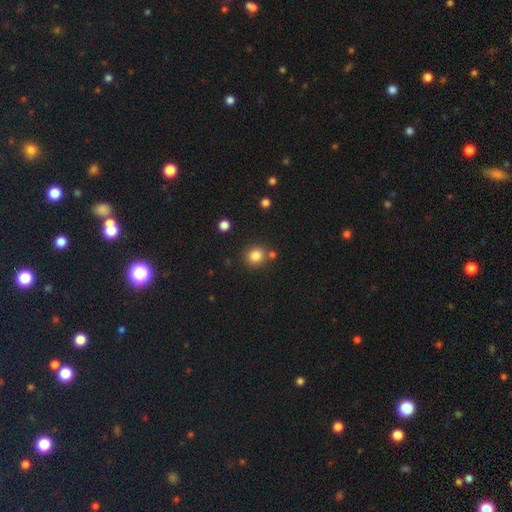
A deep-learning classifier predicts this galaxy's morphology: Smooth or featured? smooth (83%)
How rounded? round (86%)
Merging? none (77%)